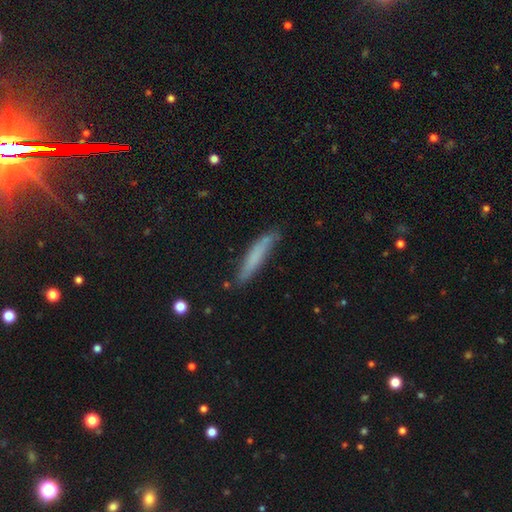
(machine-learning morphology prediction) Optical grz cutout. It shows a smooth galaxy with no disk features (66%) that is cigar-shaped (91%). Merging: none (72%).